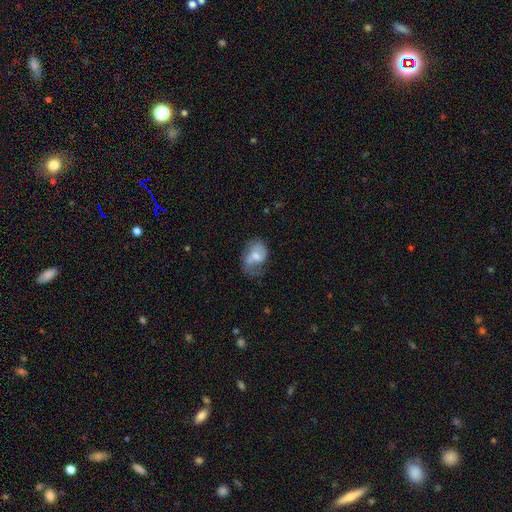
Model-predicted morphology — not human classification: Smooth or featured: featured or disk — 48% (smooth — 45%)
Merging: none — 36% (major disturbance — 31%)